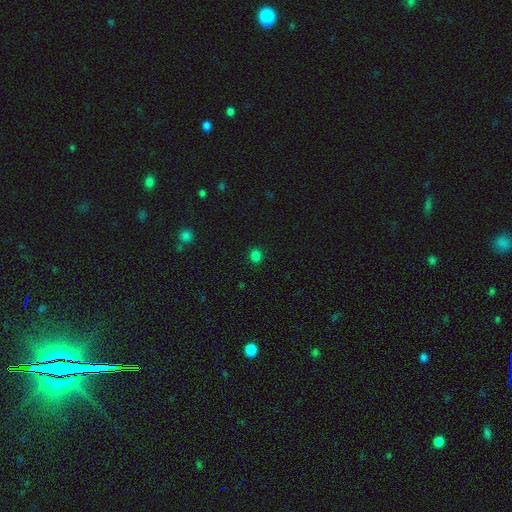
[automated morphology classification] This appears to be a smooth galaxy with no disk features (80%) that is round (75%). Merging: none (90%).